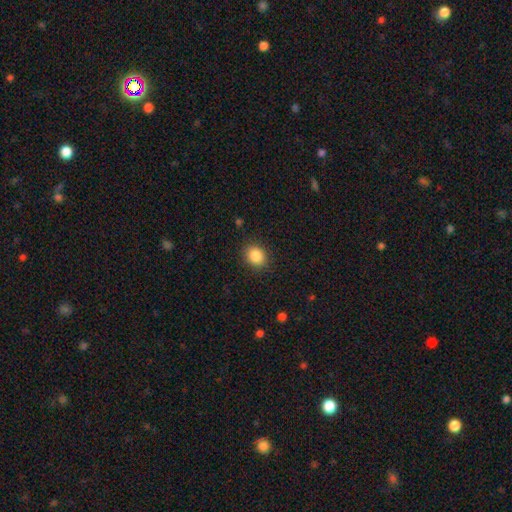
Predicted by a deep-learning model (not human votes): smooth 86%, star or artifact 9%, featured or disk 4%. Down the decision tree: how rounded — round (63%); merging — none (88%).